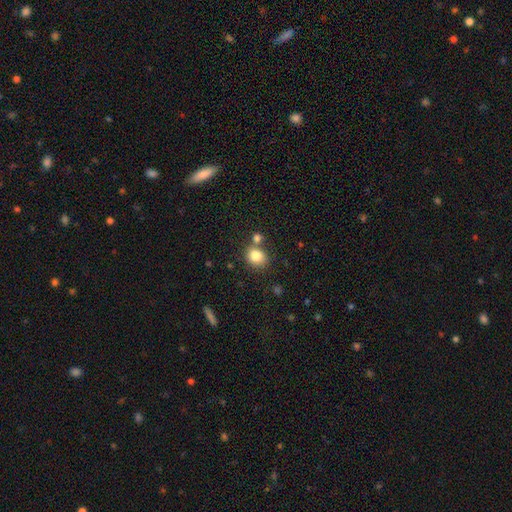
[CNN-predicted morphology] smooth_or_featured: smooth (p=0.83) [alt: star or artifact p=0.10]
how_rounded: round (p=0.65) [alt: in between p=0.34]
merging: none (p=0.65) [alt: merger p=0.20]